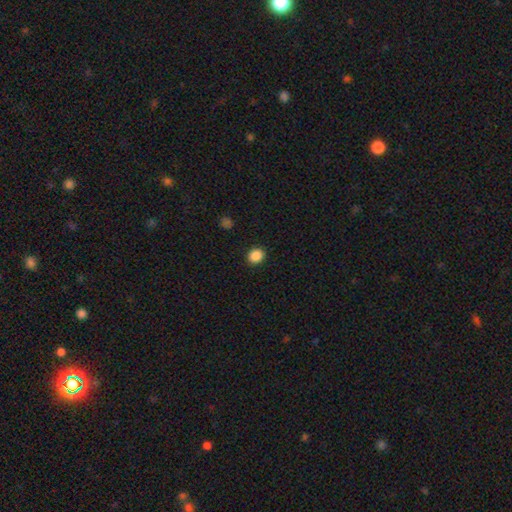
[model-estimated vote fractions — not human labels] This is clearly a smooth galaxy (88%). How rounded: likely round (61%). Merging: clearly none (91%).